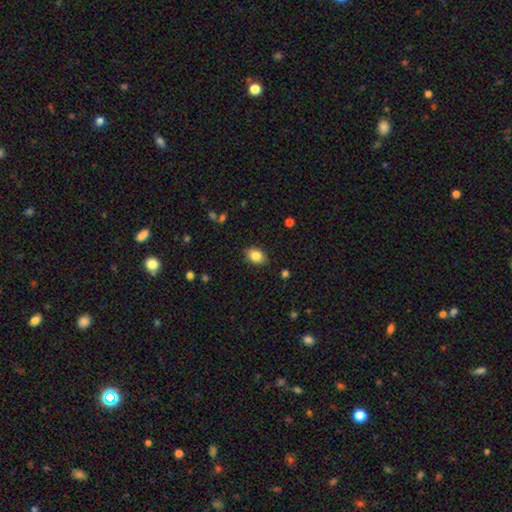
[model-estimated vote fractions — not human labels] Q: Smooth or featured?
A: smooth (83%); runner-up: star or artifact (9%)
Q: How rounded?
A: in between (77%); runner-up: round (22%)
Q: Merging?
A: none (86%); runner-up: minor disturbance (11%)